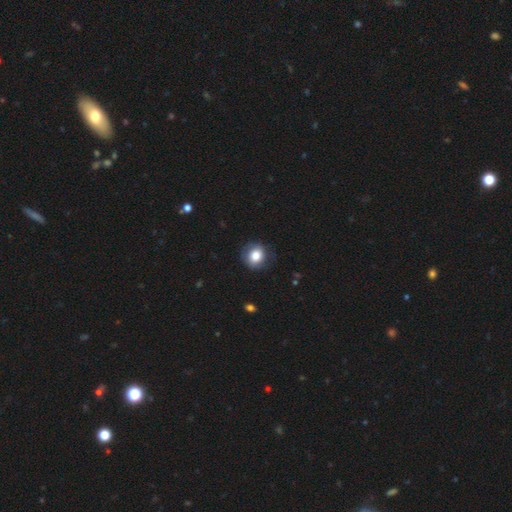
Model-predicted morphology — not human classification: smooth 76%, featured or disk 16%, star or artifact 8%. Down the decision tree: how rounded — round (80%); merging — none (80%).